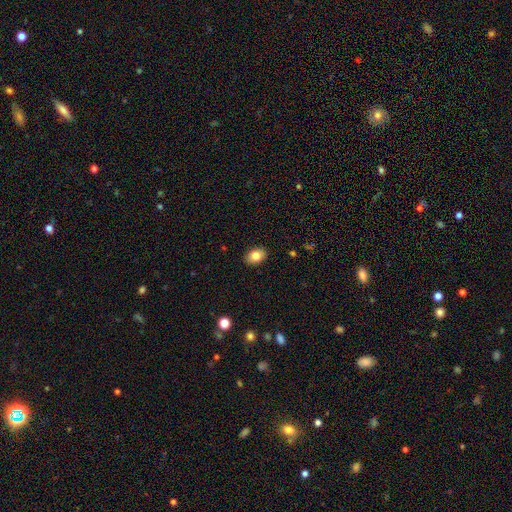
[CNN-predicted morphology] Smooth or featured? smooth (82%)
How rounded? in between (78%)
Merging? none (90%)